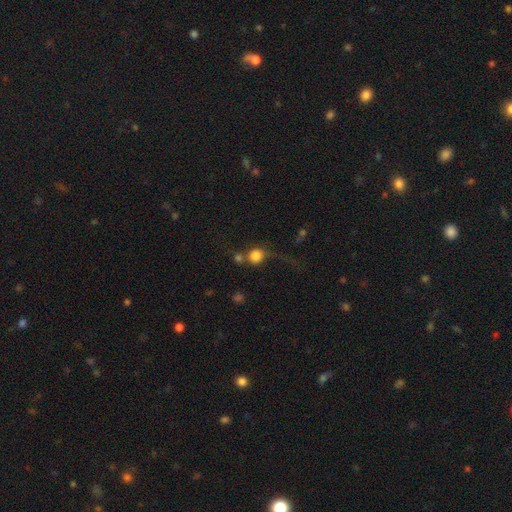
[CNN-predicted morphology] A smooth galaxy with no disk features (79%) that is round (87%). Merging: none (36%).